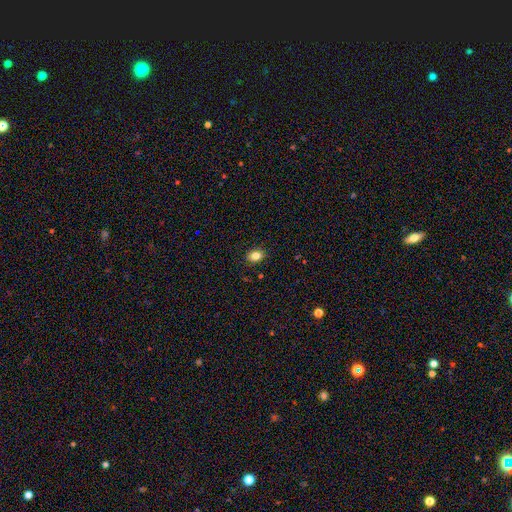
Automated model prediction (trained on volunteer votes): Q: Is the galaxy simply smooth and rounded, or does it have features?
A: smooth — 84%.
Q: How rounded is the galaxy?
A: in between — 71%.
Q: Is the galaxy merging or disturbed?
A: none — 88%.